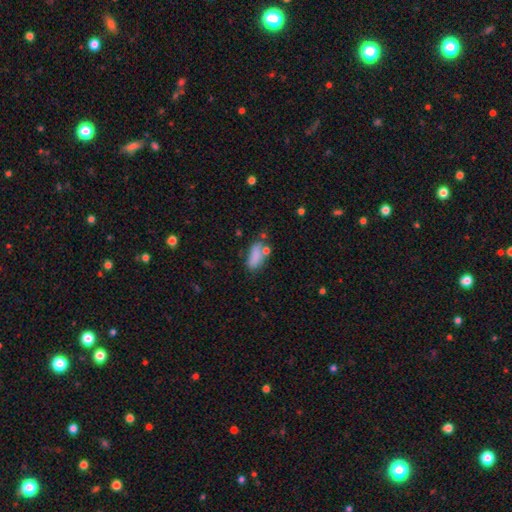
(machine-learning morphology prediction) smooth 76%, featured or disk 14%, star or artifact 10%. Down the decision tree: how rounded — in between (80%); merging — none (47%).